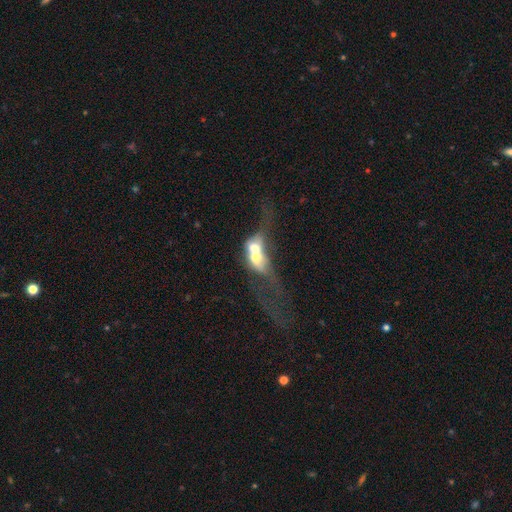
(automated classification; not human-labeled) smooth_or_featured: featured or disk (p=0.49) [alt: smooth p=0.42]
merging: merger (p=0.74) [alt: major disturbance p=0.15]